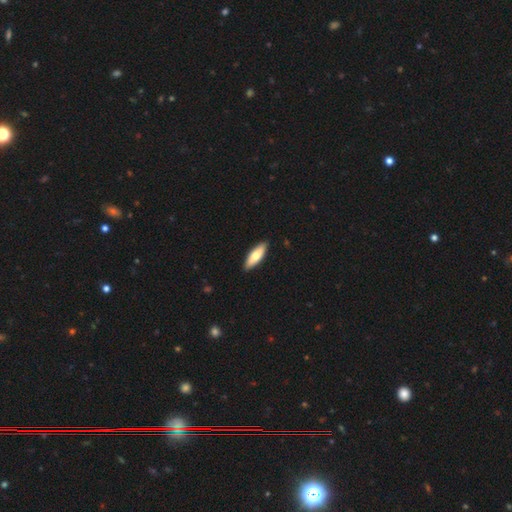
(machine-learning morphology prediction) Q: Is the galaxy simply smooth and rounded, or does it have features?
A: smooth — 66%.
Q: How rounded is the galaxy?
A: in between — 56%.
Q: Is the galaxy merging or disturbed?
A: none — 90%.